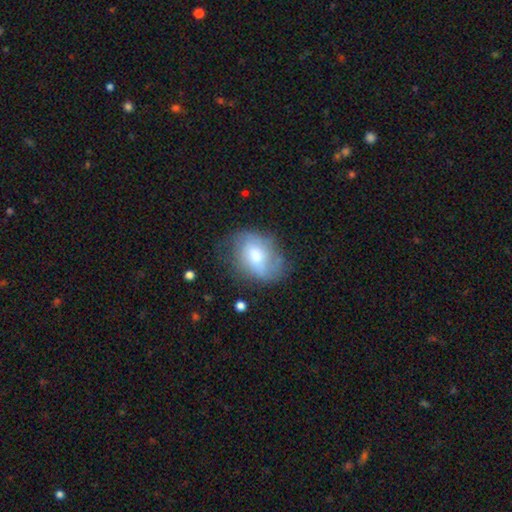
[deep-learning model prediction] Overall: smooth (54%; featured or disk 38%). How rounded: in between (73%). Merging: none (55%; minor disturbance 29%).